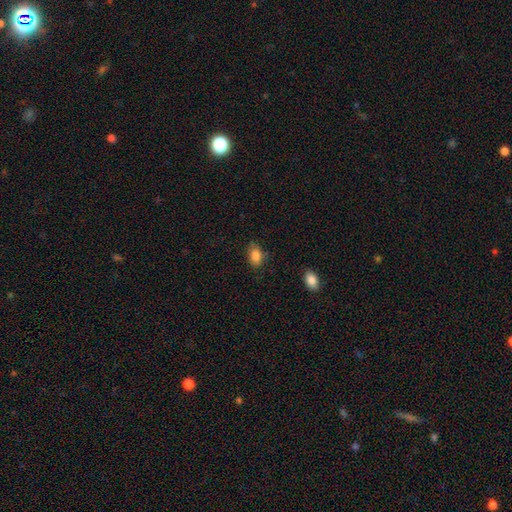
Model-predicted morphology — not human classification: A smooth galaxy with no disk features (86%) that is in between round and cigar-shaped (83%). Merging: none (76%).